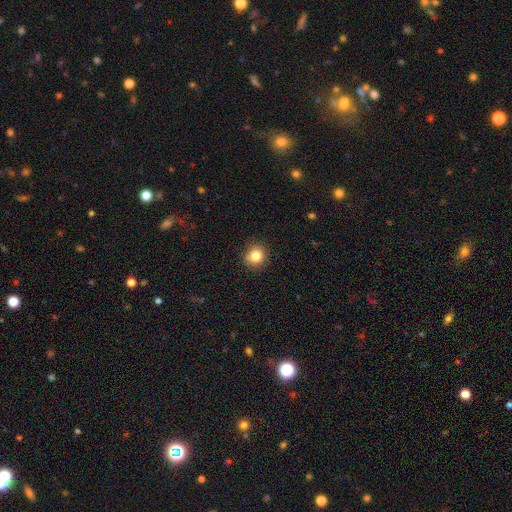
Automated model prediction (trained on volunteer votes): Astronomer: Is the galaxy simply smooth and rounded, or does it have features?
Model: smooth — 84%.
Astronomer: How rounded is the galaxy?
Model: round — 90%.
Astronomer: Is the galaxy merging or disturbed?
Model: none — 88%.